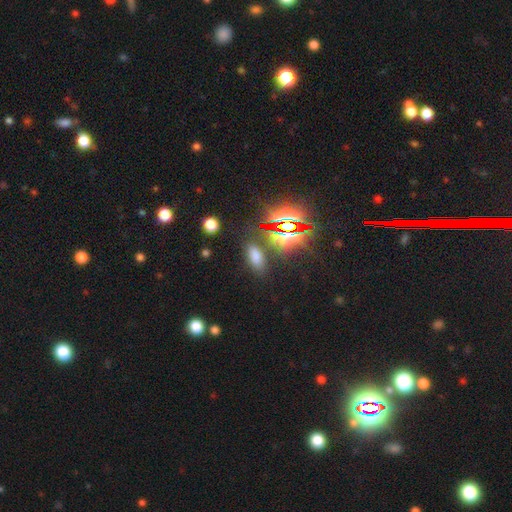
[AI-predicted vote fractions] The model was most divided on "smooth or featured": smooth: 61%, star or artifact: 32%, featured or disk: 7%. More confident: how rounded — in between (83%); merging — none (81%).